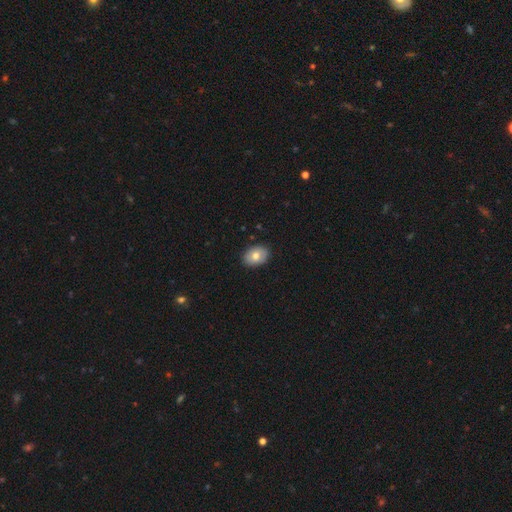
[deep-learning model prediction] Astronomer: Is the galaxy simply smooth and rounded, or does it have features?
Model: smooth — 78%.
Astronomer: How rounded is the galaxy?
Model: in between — 79%.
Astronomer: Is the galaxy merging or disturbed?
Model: none — 89%.